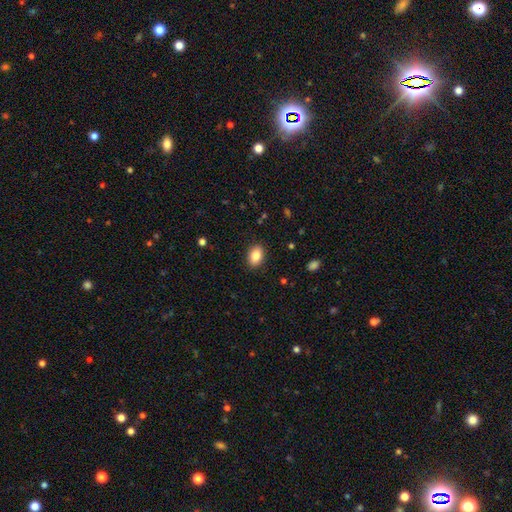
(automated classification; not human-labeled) Smooth or featured?
  - smooth: 86% *
  - star or artifact: 8%
  - featured or disk: 6%
How rounded?
  - in between: 86% *
  - round: 13%
  - cigar-shaped: 1%
Merging?
  - none: 88% *
  - minor disturbance: 8%
  - major disturbance: 2%
  - merger: 1%